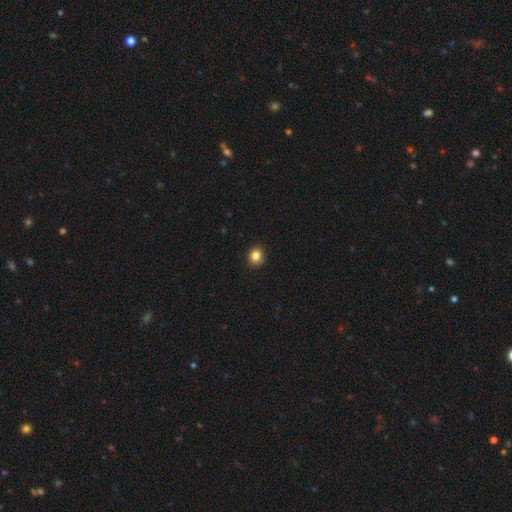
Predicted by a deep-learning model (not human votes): A smooth galaxy with no disk features (84%) that is round (81%). Merging: none (90%).